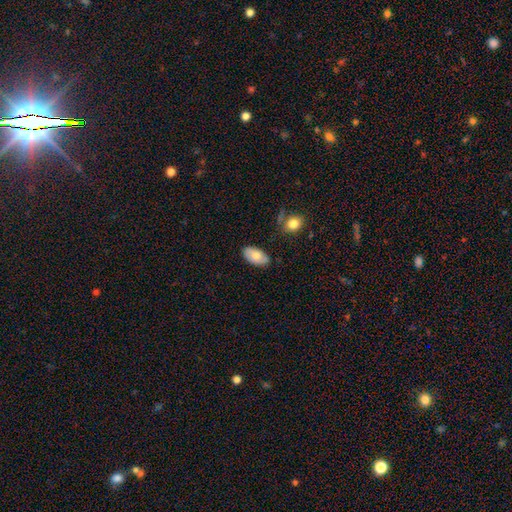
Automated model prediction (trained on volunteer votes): Smooth or featured? Predicted: smooth (p=0.74). How rounded? Predicted: in between (p=0.95). Merging? Predicted: none (p=0.82).